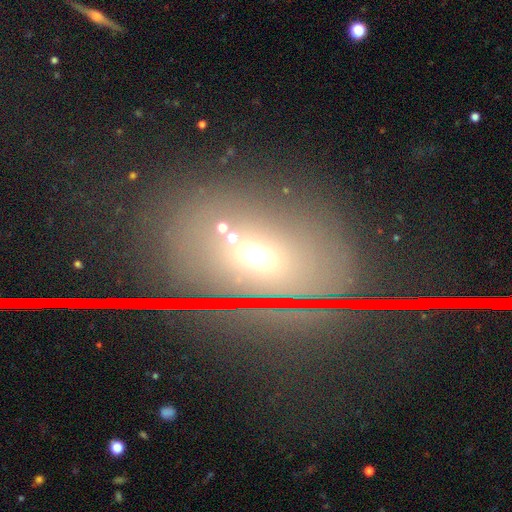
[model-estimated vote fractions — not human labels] The model was most divided on "smooth or featured": star or artifact: 39%, smooth: 36%, featured or disk: 26%.